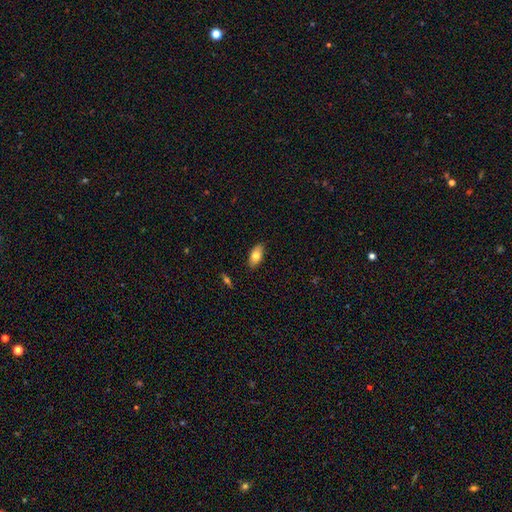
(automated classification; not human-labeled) Morphology: type=smooth (76%); roundness=in between (89%); merging=none (87%).